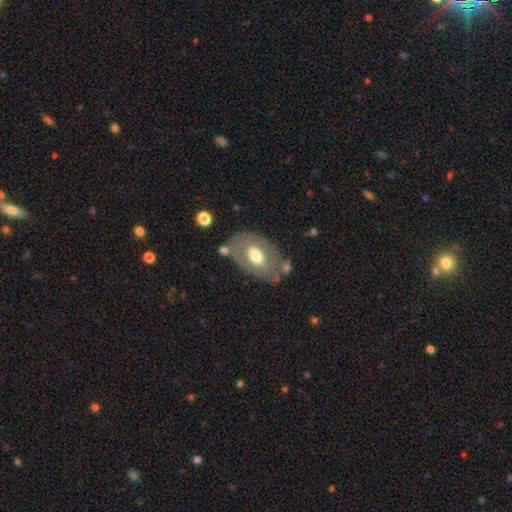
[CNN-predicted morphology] smooth_or_featured: smooth (p=0.51) [alt: featured or disk p=0.42]
how_rounded: in between (p=0.85) [alt: round p=0.13]
merging: none (p=0.67) [alt: minor disturbance p=0.18]